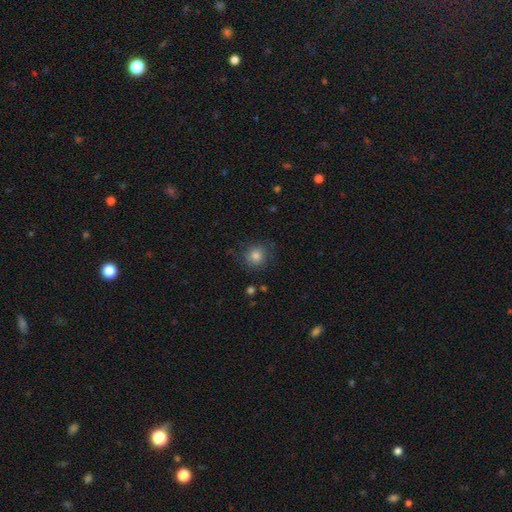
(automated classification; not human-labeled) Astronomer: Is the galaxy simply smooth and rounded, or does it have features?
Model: smooth — 80%.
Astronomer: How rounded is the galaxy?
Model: round — 89%.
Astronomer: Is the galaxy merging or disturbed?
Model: none — 82%.